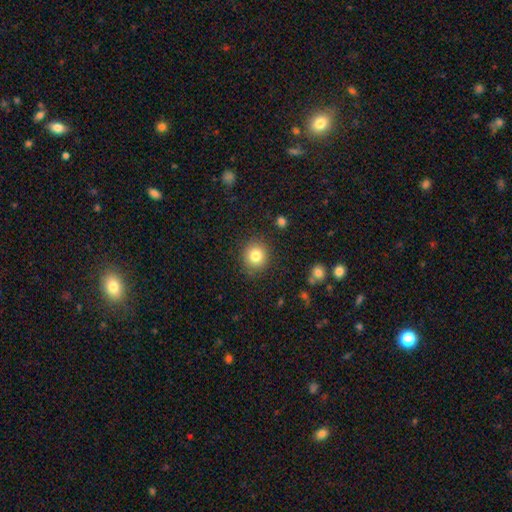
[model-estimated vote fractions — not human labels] The model was most divided on "how rounded": round: 85%, in between: 15%, cigar-shaped: 1%. More confident: merging — none (87%); smooth or featured — smooth (81%).